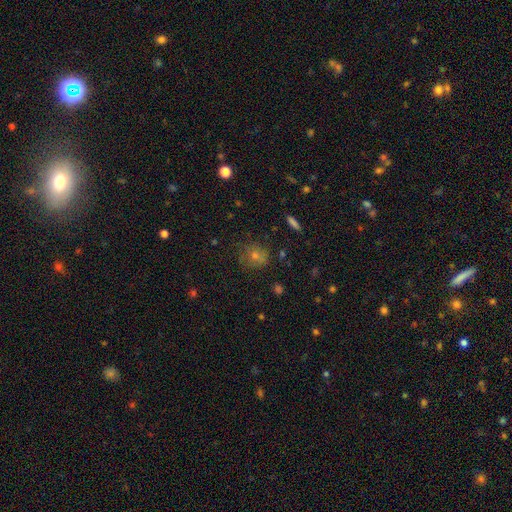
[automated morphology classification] Q: Smooth or featured?
A: smooth (57%); runner-up: star or artifact (25%)
Q: How rounded?
A: round (81%); runner-up: in between (18%)
Q: Merging?
A: none (76%); runner-up: minor disturbance (16%)